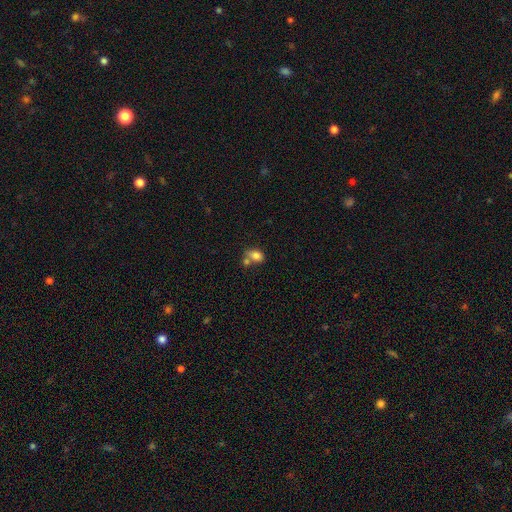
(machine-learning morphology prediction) Q: Smooth or featured?
A: smooth (79%); runner-up: featured or disk (11%)
Q: How rounded?
A: in between (77%); runner-up: round (21%)
Q: Merging?
A: merger (39%); tied with: none (39%)